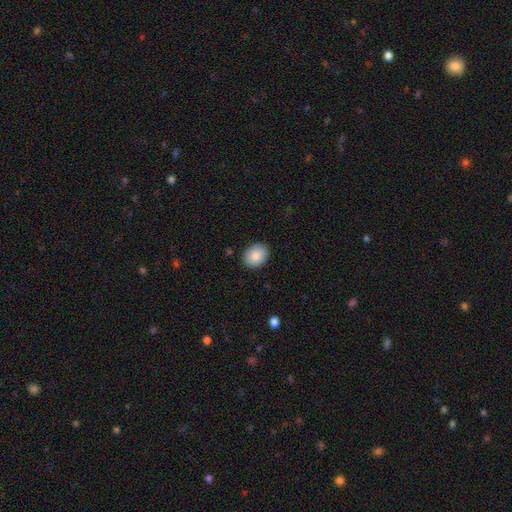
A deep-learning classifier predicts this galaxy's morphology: type=smooth (85%); roundness=in between (58%); merging=none (88%).